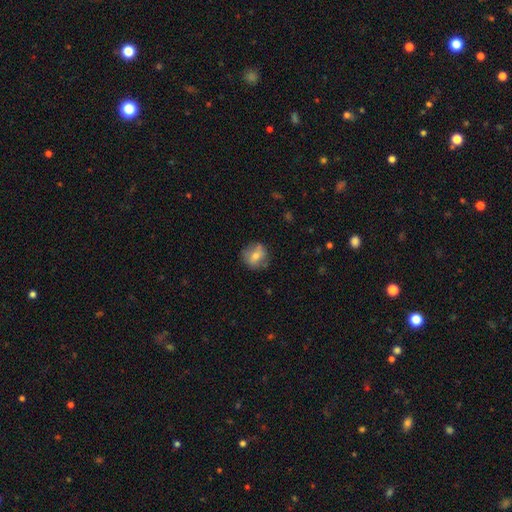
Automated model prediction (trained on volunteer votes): A smooth galaxy with no disk features (62%) that is round (80%).

Vote fractions:
- Smooth or featured? smooth: 62% / featured or disk: 28% / star or artifact: 9%
- How rounded? round: 80% / in between: 19% / cigar-shaped: 1%
- Merging? none: 76% / minor disturbance: 17% / major disturbance: 5% / merger: 2%